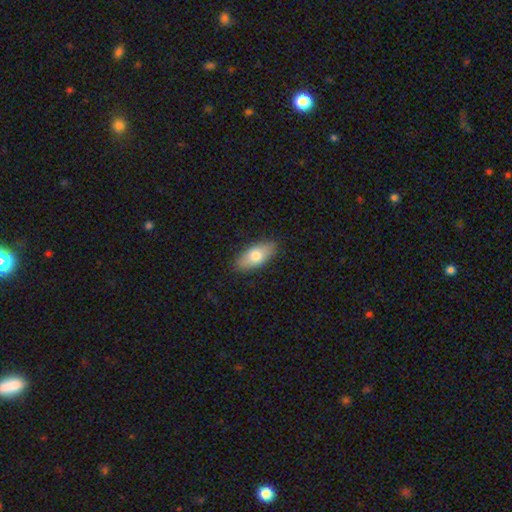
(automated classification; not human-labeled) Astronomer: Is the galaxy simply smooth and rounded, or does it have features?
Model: smooth — 75%.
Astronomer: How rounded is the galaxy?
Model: in between — 86%.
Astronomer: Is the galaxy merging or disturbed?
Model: none — 87%.